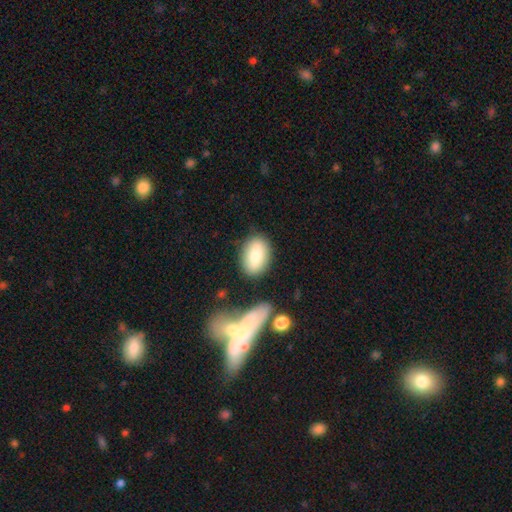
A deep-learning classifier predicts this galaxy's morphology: smooth 77%, featured or disk 16%, star or artifact 7%. Down the decision tree: how rounded — in between (87%); merging — none (79%).